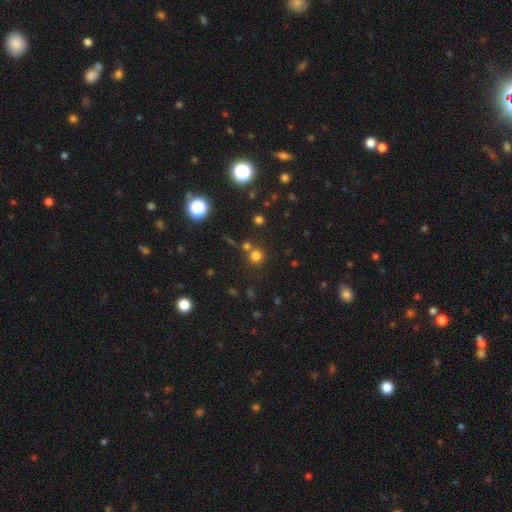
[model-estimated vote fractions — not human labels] smooth 73%, star or artifact 21%, featured or disk 7%. Down the decision tree: how rounded — round (91%); merging — none (69%).